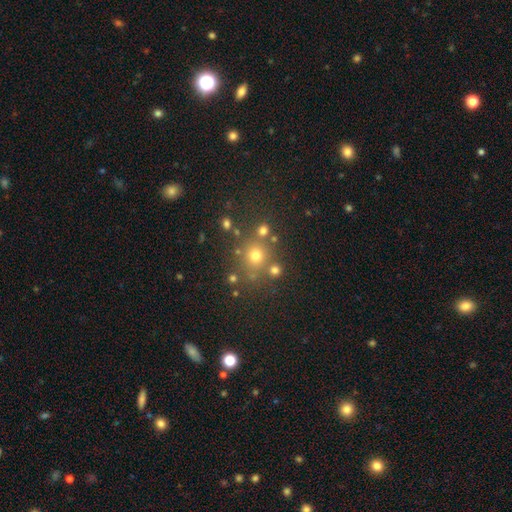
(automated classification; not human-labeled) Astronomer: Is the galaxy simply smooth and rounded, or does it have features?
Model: smooth — 65%.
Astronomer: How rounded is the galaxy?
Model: round — 89%.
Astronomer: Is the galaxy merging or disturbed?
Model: none — 74%.